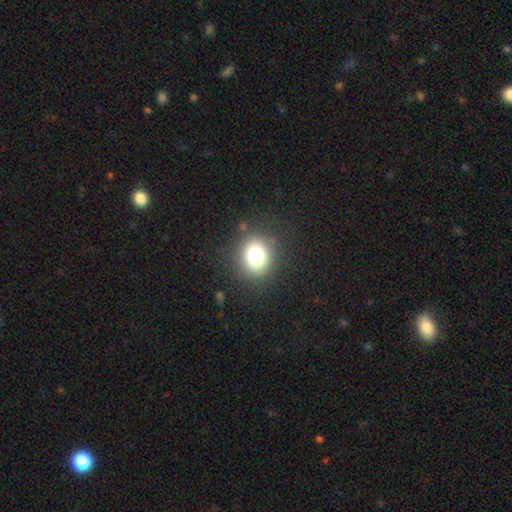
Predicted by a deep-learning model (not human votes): Overall: smooth (79%). How rounded: round (72%). Merging: none (85%).